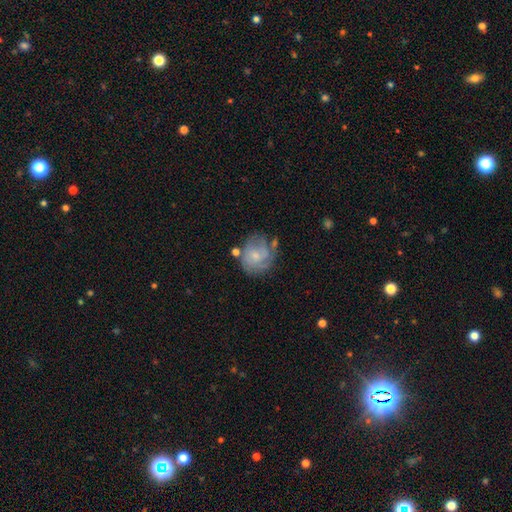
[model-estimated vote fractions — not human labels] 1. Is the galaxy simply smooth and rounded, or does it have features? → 52% featured or disk, 40% smooth, 8% star or artifact.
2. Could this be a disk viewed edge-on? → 98% no, 2% yes.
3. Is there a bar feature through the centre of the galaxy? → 75% no, 22% weak, 3% strong.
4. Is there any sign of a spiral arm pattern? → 69% yes, 31% no.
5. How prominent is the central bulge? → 54% small, 33% moderate, 10% none, 3% large, 1% dominant.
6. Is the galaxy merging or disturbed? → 54% none, 25% minor disturbance, 13% major disturbance, 8% merger.